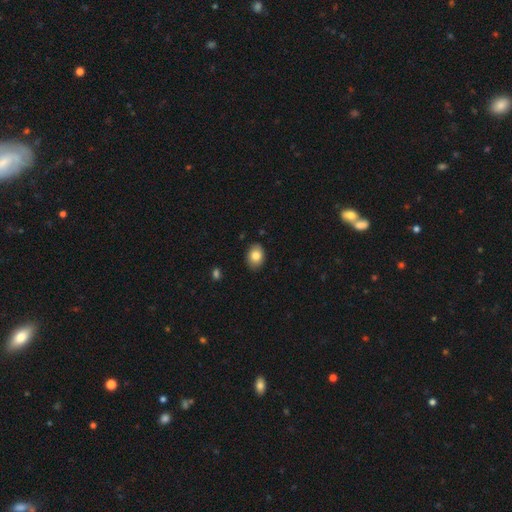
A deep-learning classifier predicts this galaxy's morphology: This is clearly a smooth galaxy (82%). How rounded: likely in between (75%). Merging: clearly none (88%).